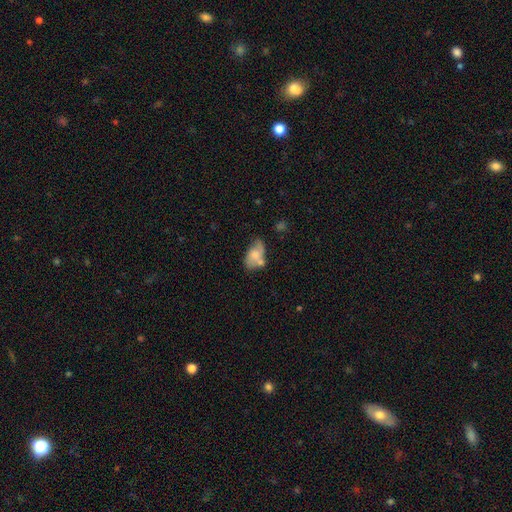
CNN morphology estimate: A smooth galaxy with no disk features (56%) that is in between round and cigar-shaped (88%). Merging: none (34%).